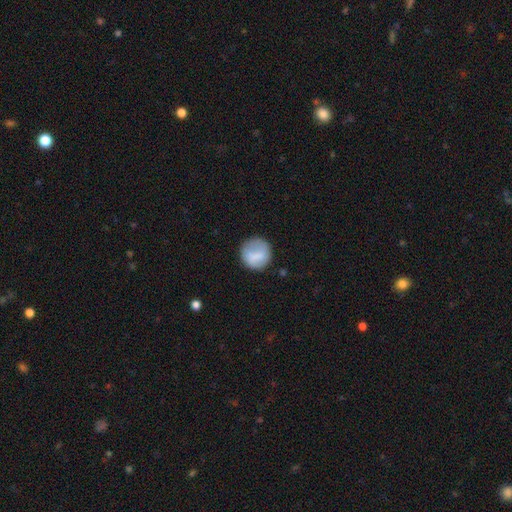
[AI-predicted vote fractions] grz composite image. It shows a smooth galaxy with no disk features (76%) that is round (91%). Merging: none (73%).